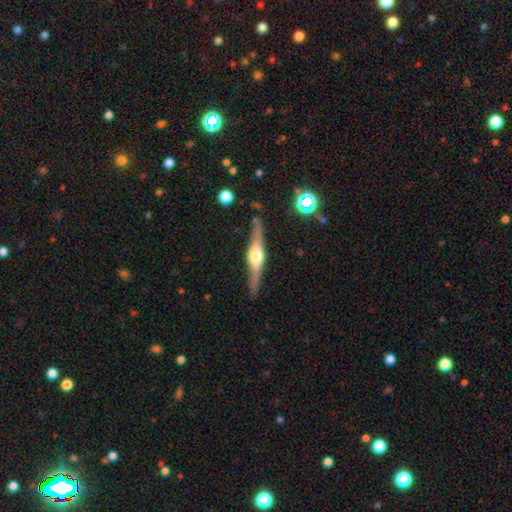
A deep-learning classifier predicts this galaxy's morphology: Overall: featured or disk (78%). Edge-on disk: yes (97%). Edge-on bulge: rounded (91%). Merging: none (86%).